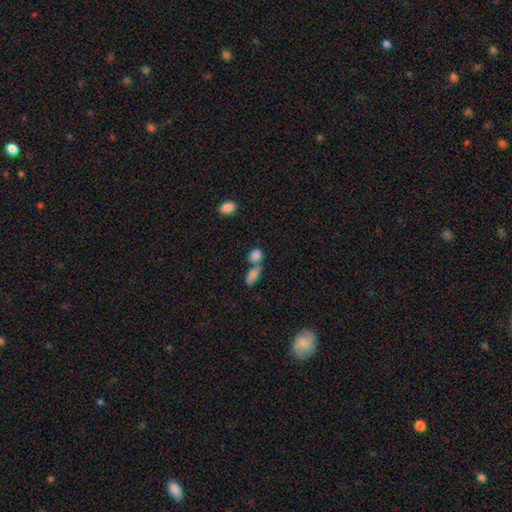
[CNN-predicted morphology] A smooth galaxy with no disk features (81%) that is in between round and cigar-shaped (74%).

Vote fractions:
- Smooth or featured? smooth: 81% / featured or disk: 10% / star or artifact: 9%
- How rounded? in between: 74% / round: 20% / cigar-shaped: 6%
- Merging? merger: 55% / none: 32% / minor disturbance: 9% / major disturbance: 4%